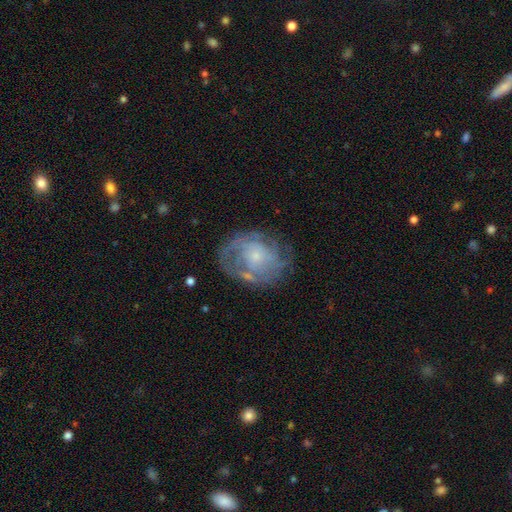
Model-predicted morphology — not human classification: Smooth or featured? featured or disk (71%)
Edge-on disk? no (97%)
Bar? no (77%)
Spiral arms? yes (78%)
Spiral winding? tight (54%)
Spiral arm count? can't tell (49%)
Bulge size? small (70%)
Merging? none (65%)